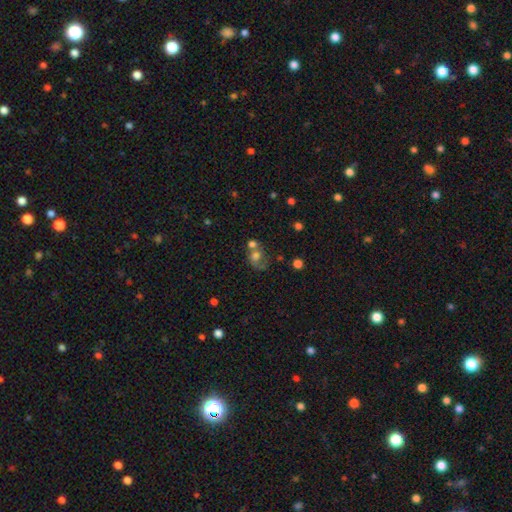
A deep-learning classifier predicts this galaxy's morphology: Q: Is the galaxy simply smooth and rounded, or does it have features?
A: smooth — 58%.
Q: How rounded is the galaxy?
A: round — 62%.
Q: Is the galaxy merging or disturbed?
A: merger — 42%.